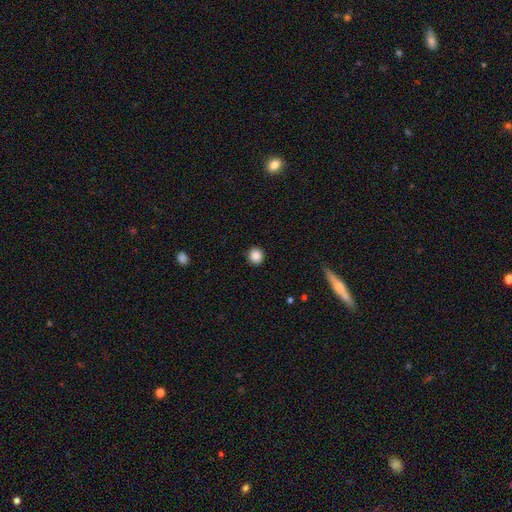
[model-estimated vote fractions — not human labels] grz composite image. It shows a smooth galaxy with no disk features (87%) that is round (90%). Merging: none (91%).